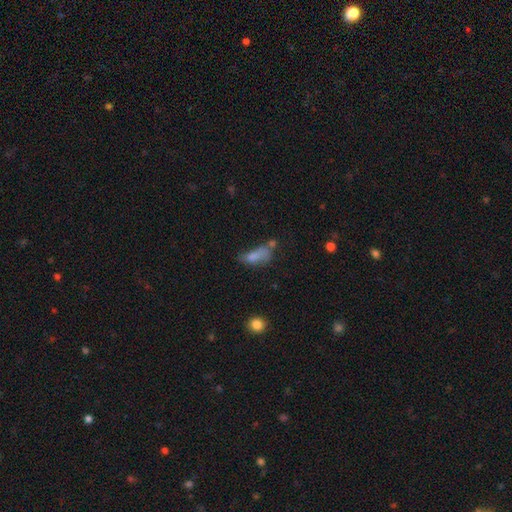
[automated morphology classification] Smooth or featured?
  - smooth: 70% *
  - featured or disk: 17%
  - star or artifact: 13%
How rounded?
  - in between: 76% *
  - cigar-shaped: 19%
  - round: 5%
Merging?
  - none: 28% *
  - merger: 25%
  - major disturbance: 24%
  - minor disturbance: 23%